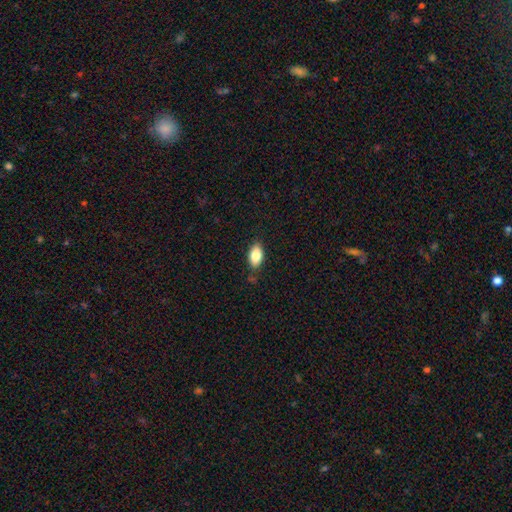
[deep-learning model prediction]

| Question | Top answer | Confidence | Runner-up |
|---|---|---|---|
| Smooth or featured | smooth | 83% | featured or disk (10%) |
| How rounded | in between | 91% | cigar-shaped (5%) |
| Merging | none | 83% | minor disturbance (13%) |